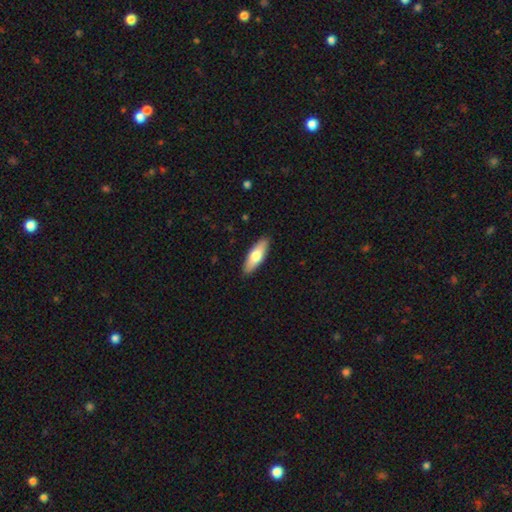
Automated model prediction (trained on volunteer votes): Smooth or featured: smooth — 69% (featured or disk — 26%)
How rounded: in between — 57% (cigar-shaped — 41%)
Merging: none — 90% (minor disturbance — 8%)